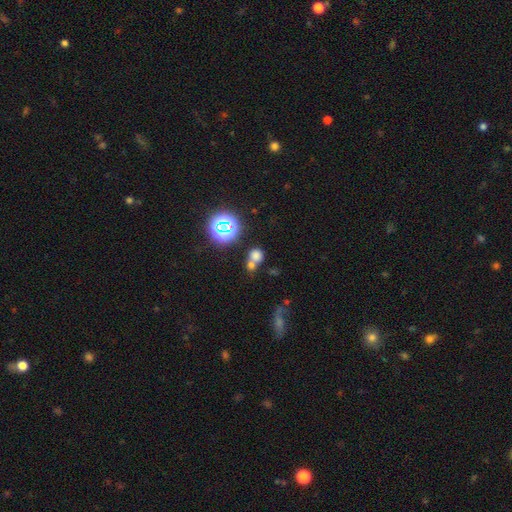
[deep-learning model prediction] Overall: smooth (64%; star or artifact 26%). How rounded: round (77%). Merging: merger (48%; none 40%).